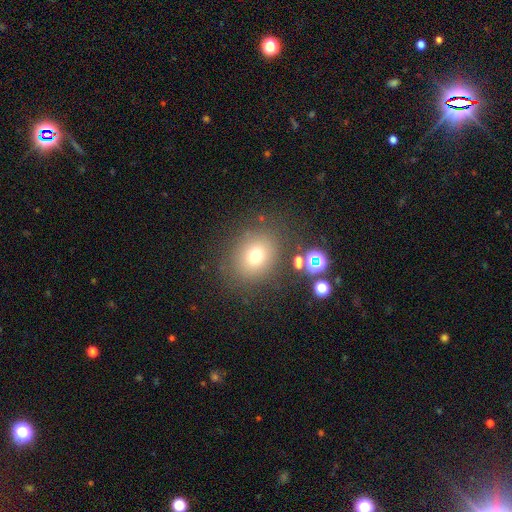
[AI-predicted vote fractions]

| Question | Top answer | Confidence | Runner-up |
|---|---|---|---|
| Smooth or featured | smooth | 72% | star or artifact (17%) |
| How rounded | round | 63% | in between (36%) |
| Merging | none | 79% | minor disturbance (11%) |